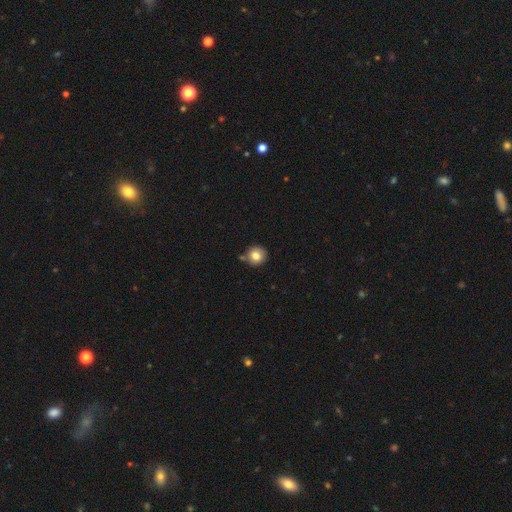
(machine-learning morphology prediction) Overall: smooth (82%). How rounded: round (91%). Merging: none (76%).